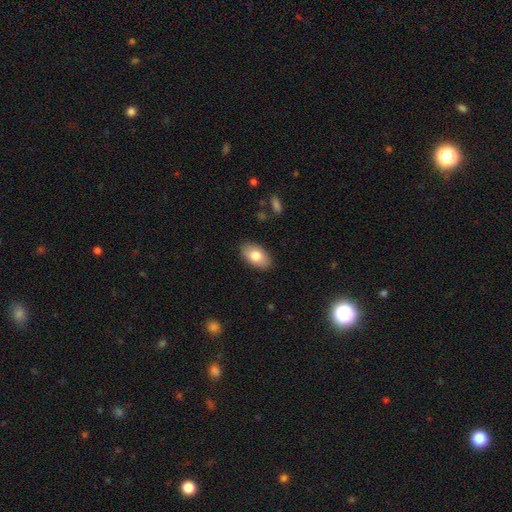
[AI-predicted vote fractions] Smooth or featured? smooth (79%)
How rounded? in between (93%)
Merging? none (87%)